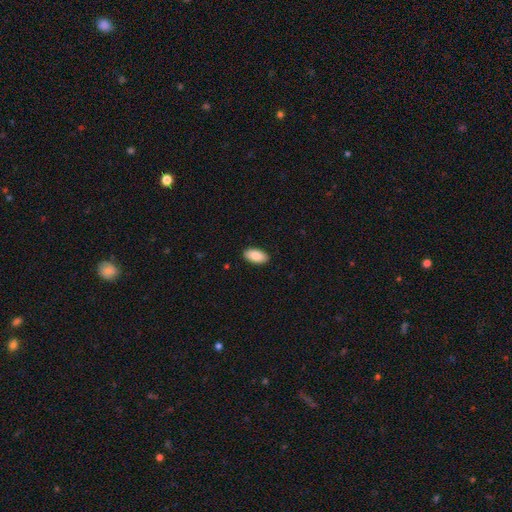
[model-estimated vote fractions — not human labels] smooth_or_featured: smooth (p=0.88) [alt: star or artifact p=0.06]
how_rounded: in between (p=0.95) [alt: cigar-shaped p=0.03]
merging: none (p=0.90) [alt: minor disturbance p=0.07]